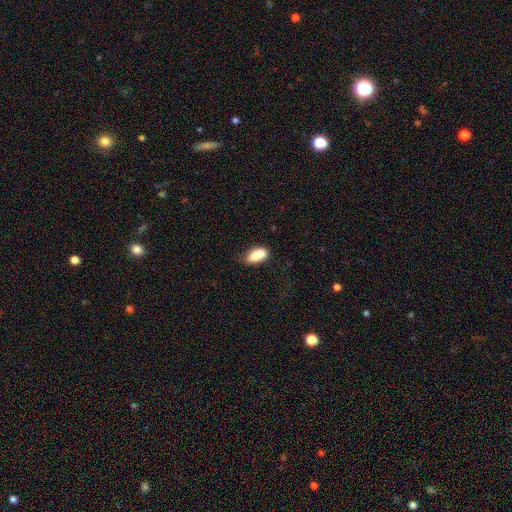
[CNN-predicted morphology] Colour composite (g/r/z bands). It shows a smooth galaxy with no disk features (78%) that is in between round and cigar-shaped (88%). Merging: none (46%).